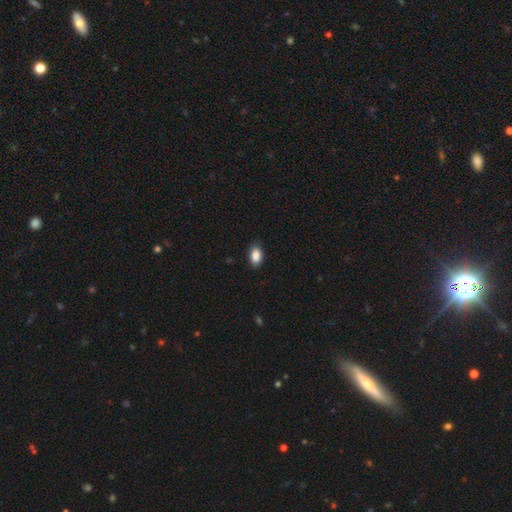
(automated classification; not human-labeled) This is clearly a smooth galaxy (89%). How rounded: clearly in between (92%). Merging: clearly none (86%).